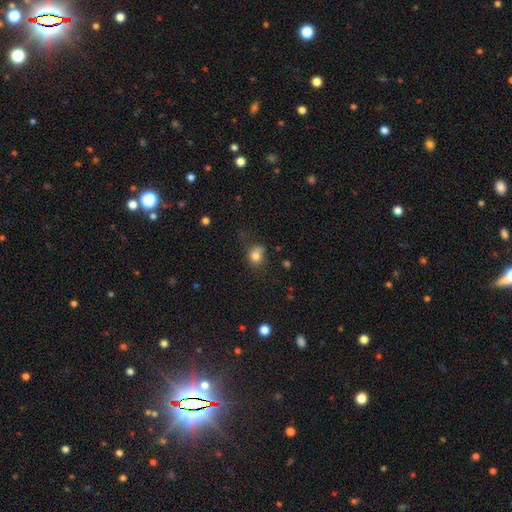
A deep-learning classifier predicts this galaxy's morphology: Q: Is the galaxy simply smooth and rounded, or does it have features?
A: smooth — 79%.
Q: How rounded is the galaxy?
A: round — 63%.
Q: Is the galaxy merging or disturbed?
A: none — 48%.